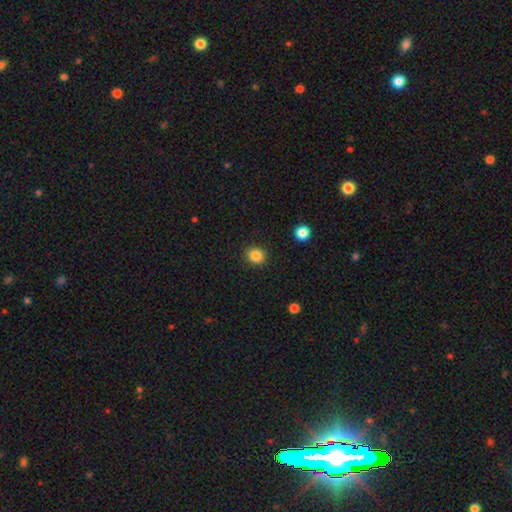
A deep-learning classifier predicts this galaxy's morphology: smooth_or_featured: smooth (p=0.85) [alt: star or artifact p=0.11]
how_rounded: round (p=0.82) [alt: in between p=0.18]
merging: none (p=0.90) [alt: minor disturbance p=0.07]